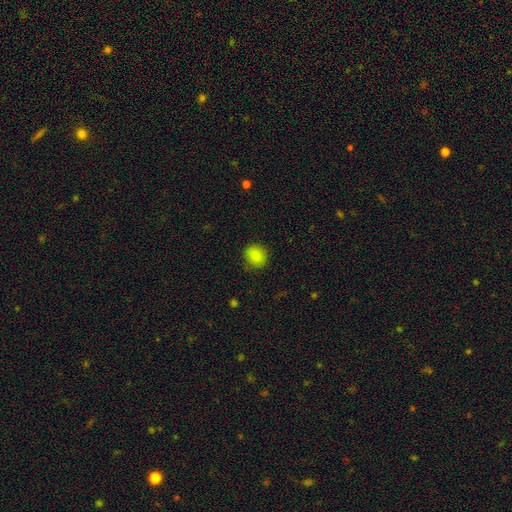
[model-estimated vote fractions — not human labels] Overall: smooth (87%). How rounded: round (72%). Merging: none (85%).